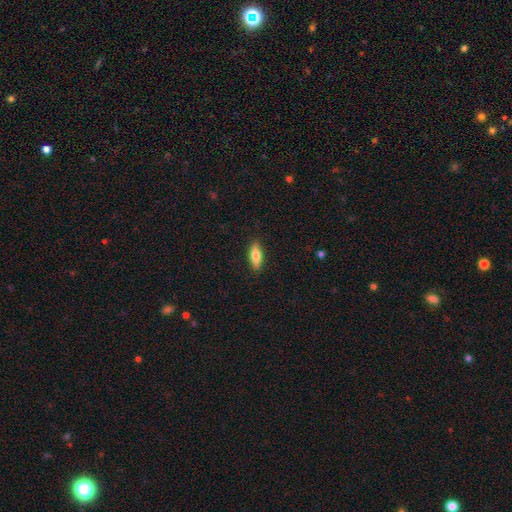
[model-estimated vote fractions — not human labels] smooth 77%, featured or disk 17%, star or artifact 6%. Down the decision tree: how rounded — in between (59%); merging — none (87%).